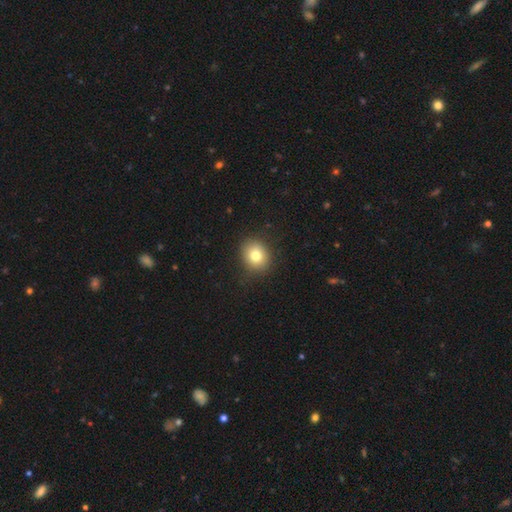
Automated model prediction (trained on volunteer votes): This appears to be a smooth galaxy with no disk features (78%) that is round (72%). Merging: none (88%).